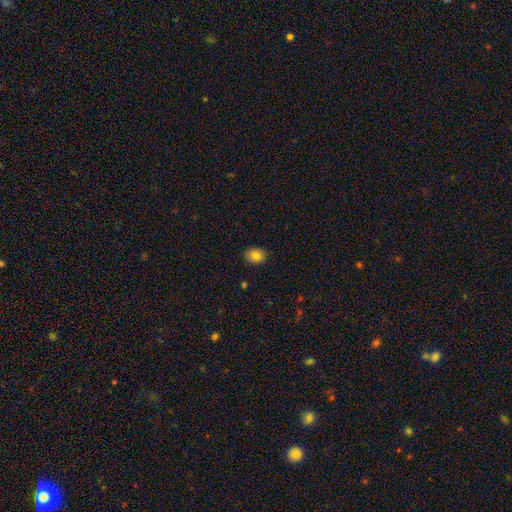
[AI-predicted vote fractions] Q: Smooth or featured?
A: smooth (83%); runner-up: star or artifact (9%)
Q: How rounded?
A: in between (54%); runner-up: round (45%)
Q: Merging?
A: none (88%); runner-up: minor disturbance (9%)